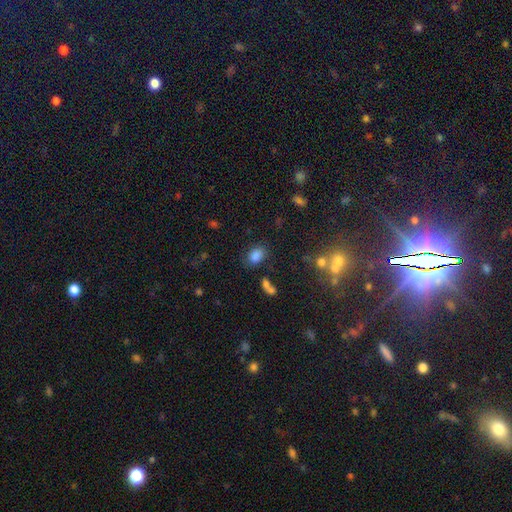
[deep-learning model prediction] The model was most divided on "how rounded": in between: 78%, round: 20%, cigar-shaped: 1%. More confident: smooth or featured — smooth (81%); merging — none (74%).